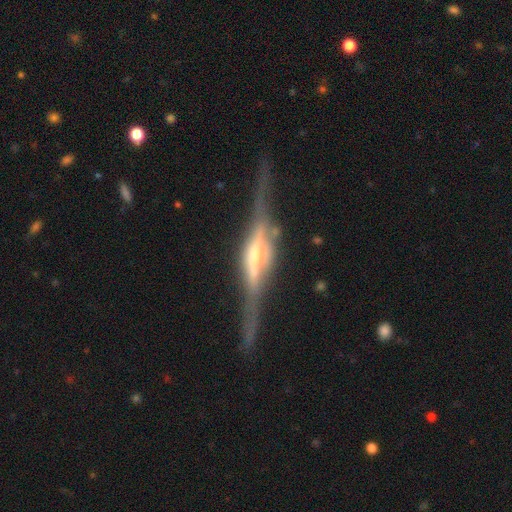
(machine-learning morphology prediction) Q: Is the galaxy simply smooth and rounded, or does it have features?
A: featured or disk — 88%.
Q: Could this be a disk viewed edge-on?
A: yes — 97%.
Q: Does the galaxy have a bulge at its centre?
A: rounded — 69%.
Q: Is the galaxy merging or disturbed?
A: none — 76%.